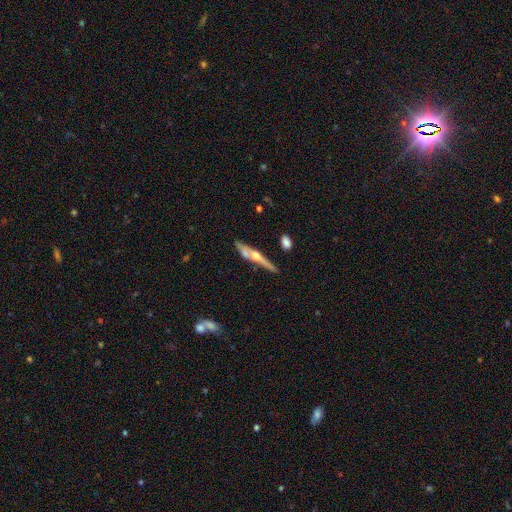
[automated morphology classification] A featured or disk galaxy (62%) viewed edge-on (91%) with a rounded central bulge (84%).

Vote fractions:
- Smooth or featured? featured or disk: 62% / smooth: 31% / star or artifact: 6%
- Edge-on disk? yes: 91% / no: 9%
- Edge-on bulge? rounded: 84% / none: 10% / boxy: 6%
- Merging? none: 58% / minor disturbance: 18% / merger: 18% / major disturbance: 6%